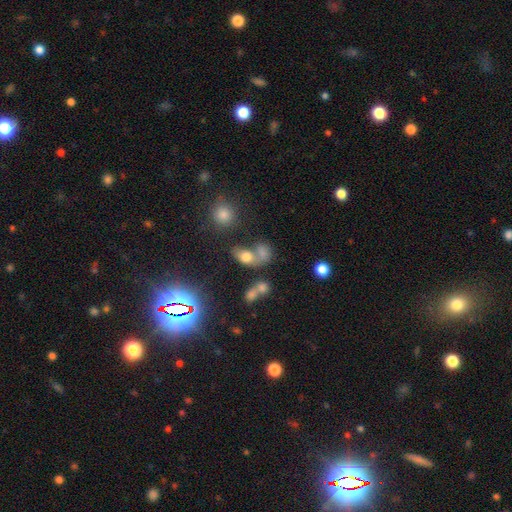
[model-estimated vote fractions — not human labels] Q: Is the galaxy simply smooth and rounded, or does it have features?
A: smooth — 49%.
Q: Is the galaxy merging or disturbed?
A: merger — 51%.